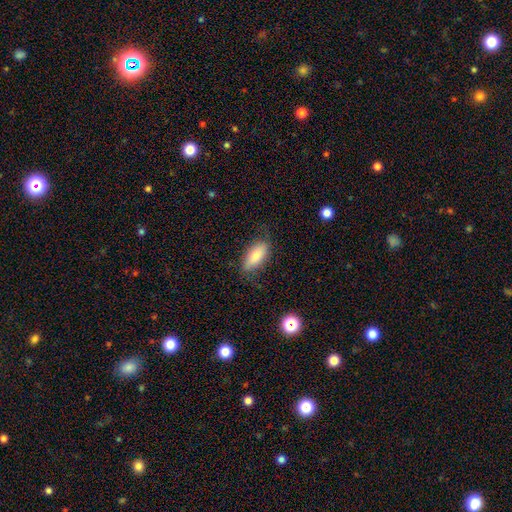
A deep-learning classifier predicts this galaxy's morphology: Smooth or featured? Predicted: smooth (p=0.75). How rounded? Predicted: in between (p=0.82). Merging? Predicted: none (p=0.75).